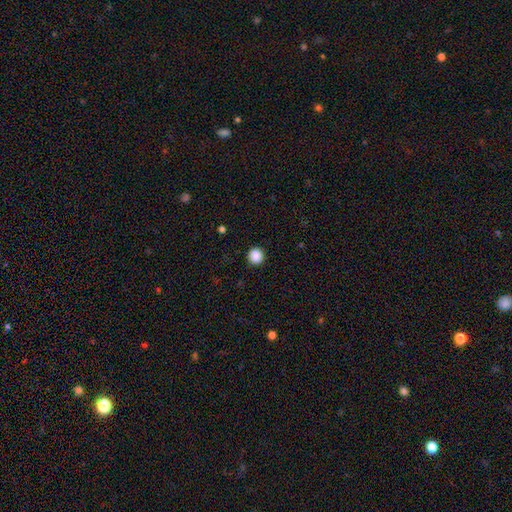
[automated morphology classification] A smooth galaxy with no disk features (88%) that is round (93%). Merging: none (92%).